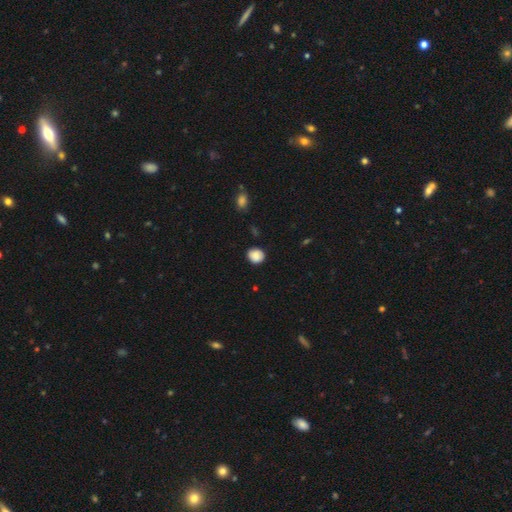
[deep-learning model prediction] A smooth galaxy with no disk features (86%) that is round (80%).

Vote fractions:
- Smooth or featured? smooth: 86% / star or artifact: 8% / featured or disk: 6%
- How rounded? round: 80% / in between: 19% / cigar-shaped: 1%
- Merging? none: 84% / minor disturbance: 12% / major disturbance: 3% / merger: 1%